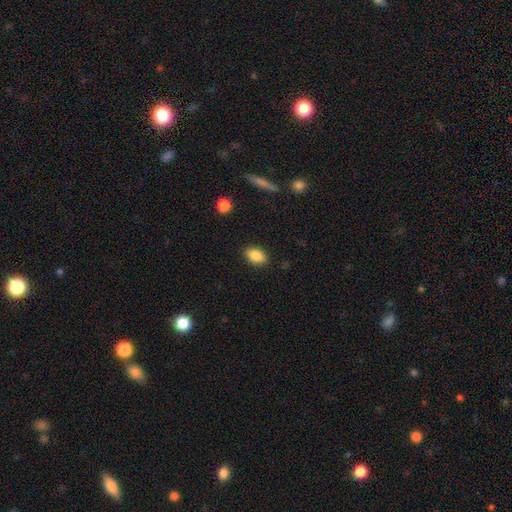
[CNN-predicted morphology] This appears to be a smooth galaxy with no disk features (83%) that is in between round and cigar-shaped (83%). Merging: none (87%).